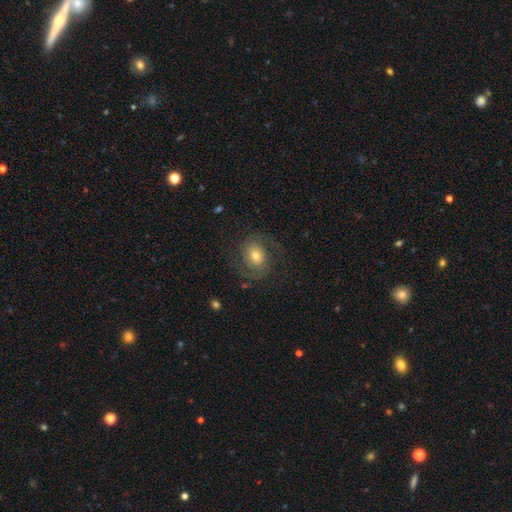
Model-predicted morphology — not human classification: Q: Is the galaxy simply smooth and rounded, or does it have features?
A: featured or disk — 71%.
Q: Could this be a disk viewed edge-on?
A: no — 98%.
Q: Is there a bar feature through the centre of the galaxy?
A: no — 61%.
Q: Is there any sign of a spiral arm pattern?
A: yes — 92%.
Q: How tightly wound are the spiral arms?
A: medium — 52%.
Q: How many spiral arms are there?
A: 2 — 89%.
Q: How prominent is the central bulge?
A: moderate — 58%.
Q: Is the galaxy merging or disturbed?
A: none — 76%.